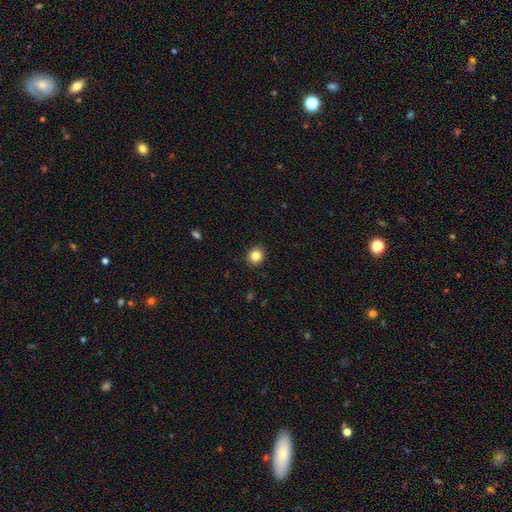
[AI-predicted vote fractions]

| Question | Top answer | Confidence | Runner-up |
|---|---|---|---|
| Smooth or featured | smooth | 85% | star or artifact (11%) |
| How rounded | round | 83% | in between (17%) |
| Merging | none | 92% | minor disturbance (6%) |